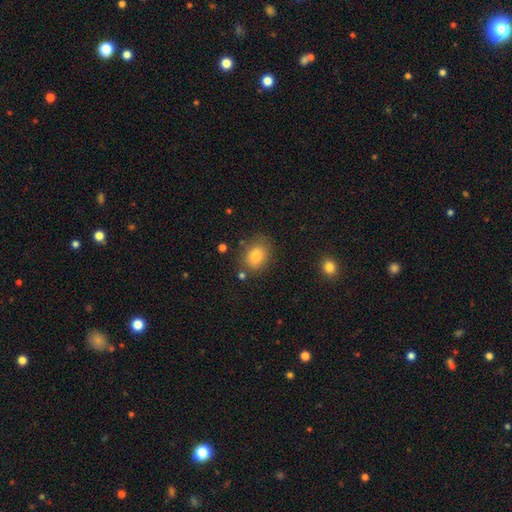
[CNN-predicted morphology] Smooth or featured?
  - smooth: 84% *
  - star or artifact: 9%
  - featured or disk: 6%
How rounded?
  - in between: 62% *
  - round: 36%
  - cigar-shaped: 1%
Merging?
  - none: 76% *
  - minor disturbance: 16%
  - major disturbance: 5%
  - merger: 4%